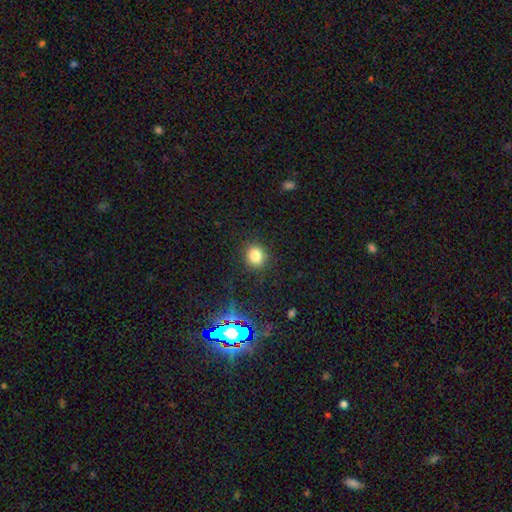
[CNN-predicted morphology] A smooth galaxy with no disk features (80%) that is round (79%). Merging: none (87%).